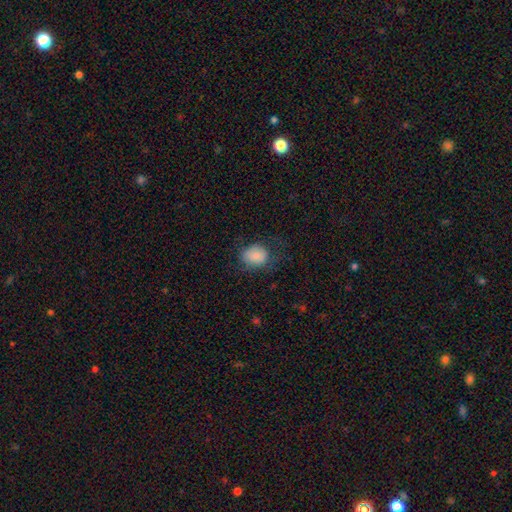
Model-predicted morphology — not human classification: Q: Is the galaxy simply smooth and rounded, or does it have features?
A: smooth — 82%.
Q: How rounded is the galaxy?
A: round — 55%.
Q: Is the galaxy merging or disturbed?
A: none — 59%.